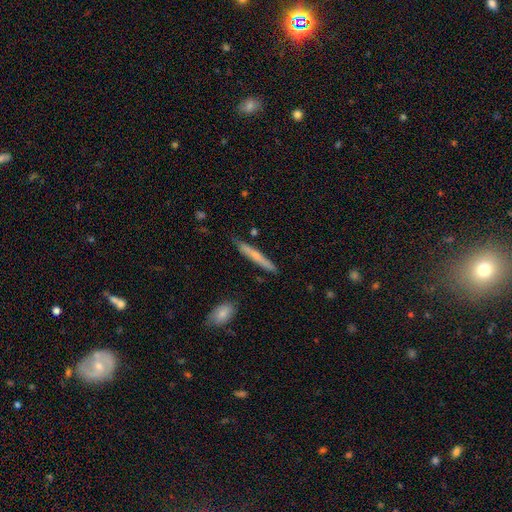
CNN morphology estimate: Overall: smooth (57%; featured or disk 37%). How rounded: cigar-shaped (95%). Merging: none (85%).